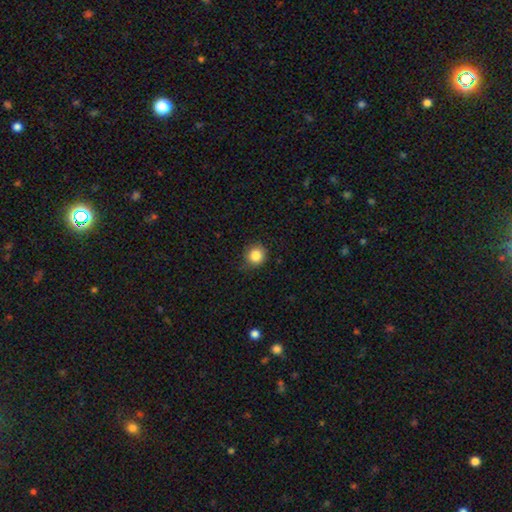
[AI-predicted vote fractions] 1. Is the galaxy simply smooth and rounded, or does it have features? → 85% smooth, 10% star or artifact, 5% featured or disk.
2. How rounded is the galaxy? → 90% round, 9% in between, 1% cigar-shaped.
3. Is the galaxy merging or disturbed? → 84% none, 12% minor disturbance, 2% major disturbance, 1% merger.